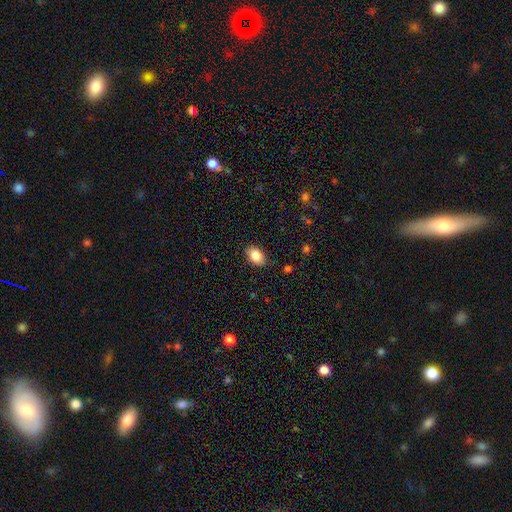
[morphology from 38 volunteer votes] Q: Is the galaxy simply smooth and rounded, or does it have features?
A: smooth — 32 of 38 (84%).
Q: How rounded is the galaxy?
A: in between — 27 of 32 (84%).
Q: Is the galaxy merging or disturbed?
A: none — 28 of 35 (80%).